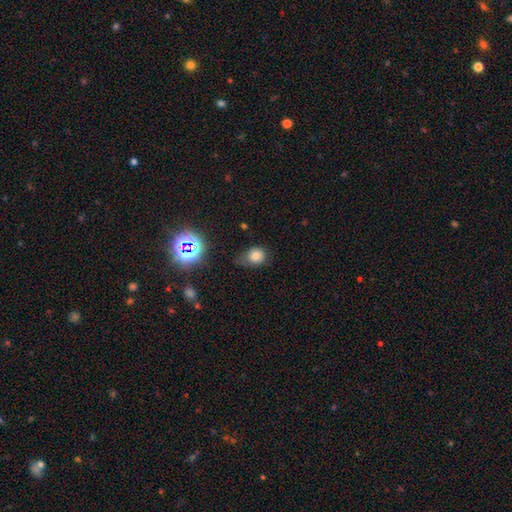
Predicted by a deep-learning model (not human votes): This is likely a smooth galaxy (75%). How rounded: possibly round (54%). Merging: possibly none (45%).